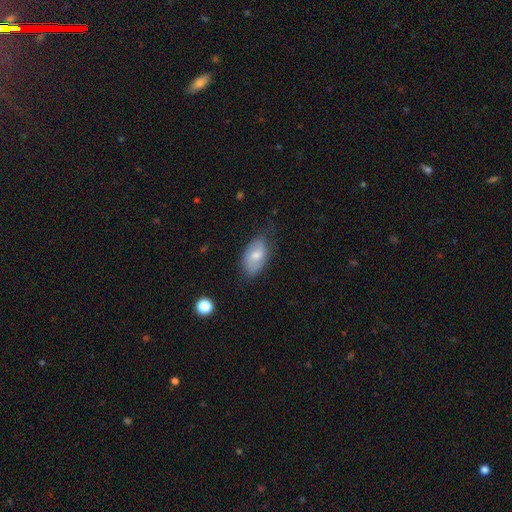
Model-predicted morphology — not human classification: The model was most divided on "smooth or featured": smooth: 62%, featured or disk: 32%, star or artifact: 7%. More confident: how rounded — in between (92%); merging — none (67%).